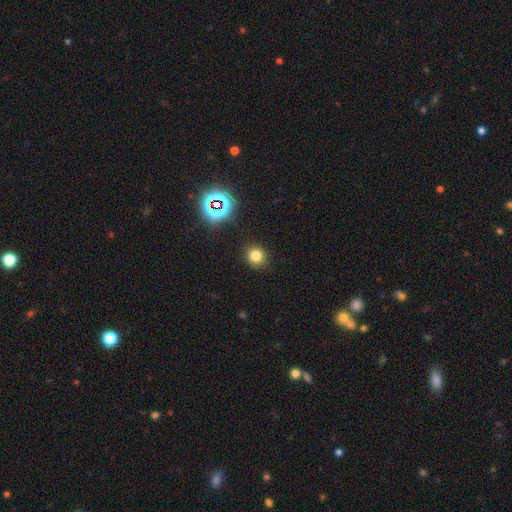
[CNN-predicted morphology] smooth_or_featured: smooth (p=0.75) [alt: star or artifact p=0.19]
how_rounded: round (p=0.87) [alt: in between p=0.12]
merging: none (p=0.89) [alt: minor disturbance p=0.07]